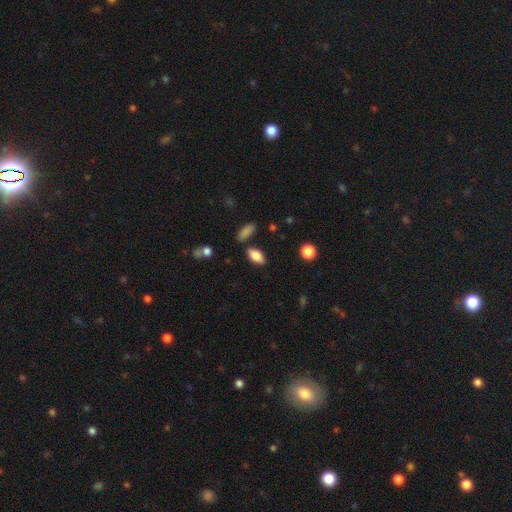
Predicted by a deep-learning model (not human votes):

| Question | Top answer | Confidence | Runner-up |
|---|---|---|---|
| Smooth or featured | smooth | 83% | featured or disk (10%) |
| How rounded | in between | 90% | cigar-shaped (6%) |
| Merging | none | 79% | minor disturbance (12%) |